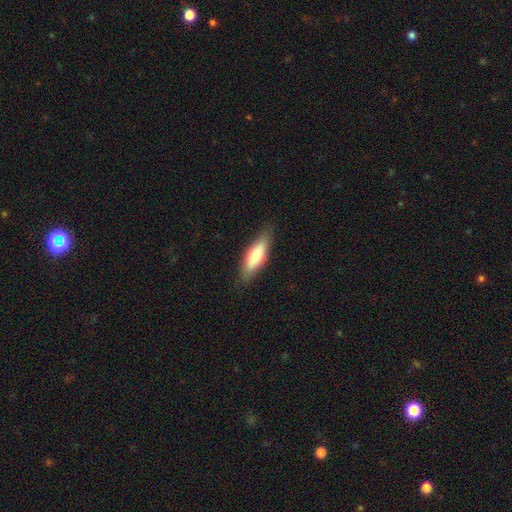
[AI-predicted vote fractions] smooth-or-featured: smooth: 68% | featured or disk: 27% | star or artifact: 6%
  how-rounded: in between: 51% | cigar-shaped: 47% | round: 2%
  merging: none: 84% | minor disturbance: 13% | major disturbance: 3% | merger: 1%